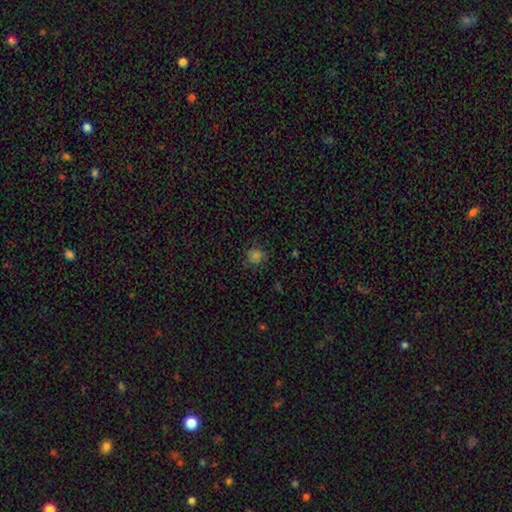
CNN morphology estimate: Smooth or featured?
  - smooth: 74% *
  - star or artifact: 20%
  - featured or disk: 6%
How rounded?
  - round: 88% *
  - in between: 11%
  - cigar-shaped: 1%
Merging?
  - none: 83% *
  - minor disturbance: 12%
  - major disturbance: 4%
  - merger: 1%